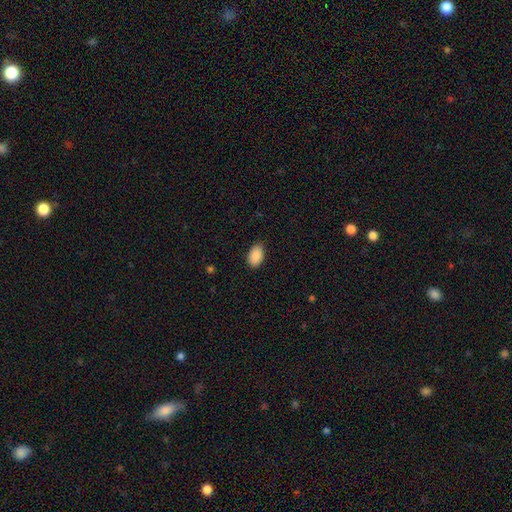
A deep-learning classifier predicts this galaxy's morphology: This is clearly a smooth galaxy (90%). How rounded: clearly in between (92%). Merging: clearly none (86%).